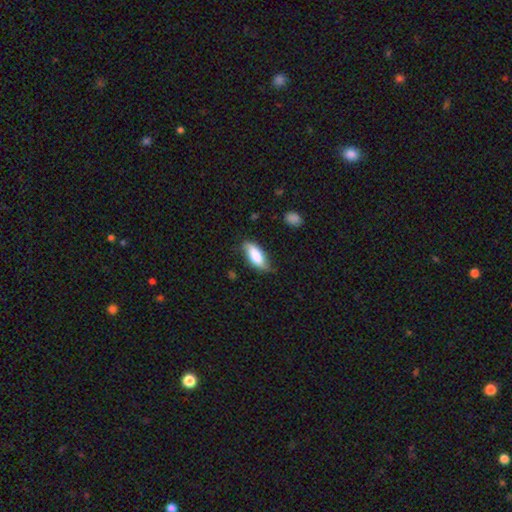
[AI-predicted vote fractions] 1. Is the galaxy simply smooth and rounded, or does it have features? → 79% smooth, 15% featured or disk, 6% star or artifact.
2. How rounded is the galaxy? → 80% in between, 18% cigar-shaped, 2% round.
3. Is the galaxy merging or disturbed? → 66% none, 27% minor disturbance, 5% major disturbance, 2% merger.